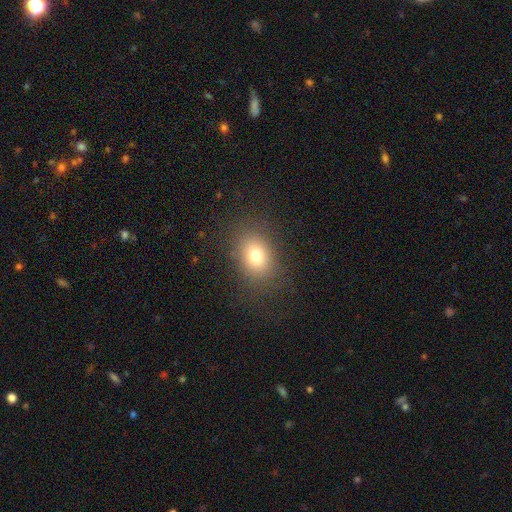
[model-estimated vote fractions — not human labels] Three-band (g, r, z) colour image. It shows a smooth galaxy with no disk features (76%) that is in between round and cigar-shaped (60%). Merging: none (84%).